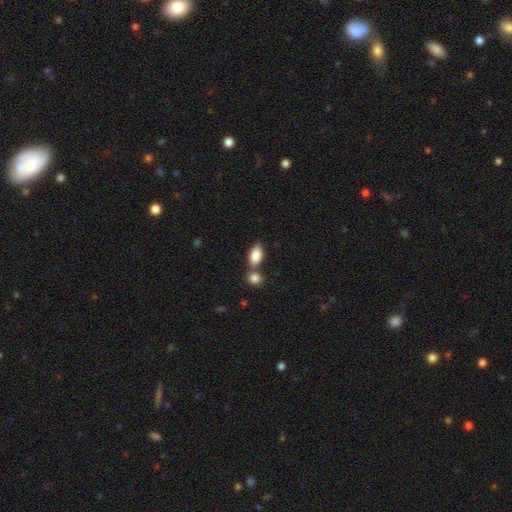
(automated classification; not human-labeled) smooth_or_featured: smooth (p=0.85) [alt: featured or disk p=0.09]
how_rounded: in between (p=0.90) [alt: cigar-shaped p=0.06]
merging: none (p=0.54) [alt: merger p=0.32]